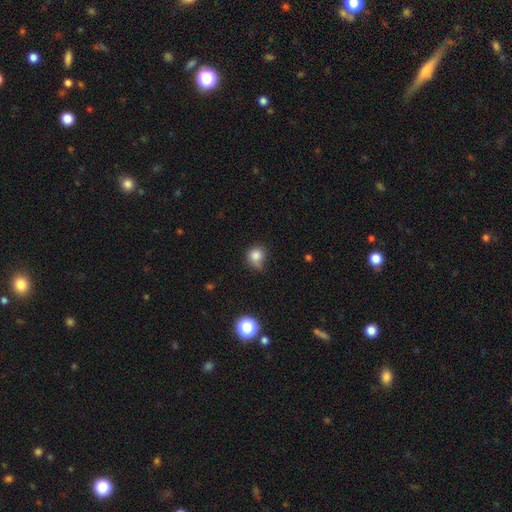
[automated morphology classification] A smooth galaxy with no disk features (82%) that is round (83%). Merging: none (46%).